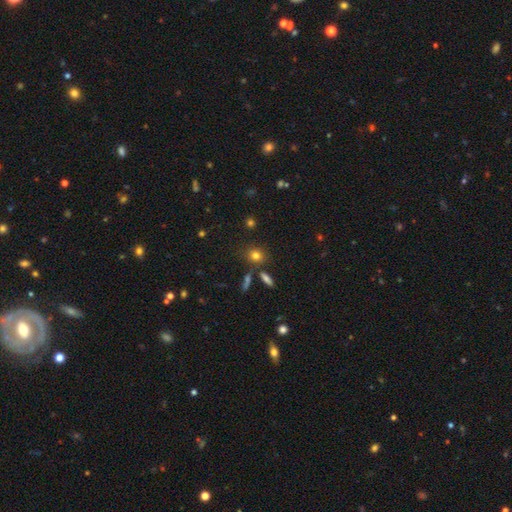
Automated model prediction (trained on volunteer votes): This appears to be a smooth galaxy with no disk features (76%) that is round (70%). Merging: none (76%).